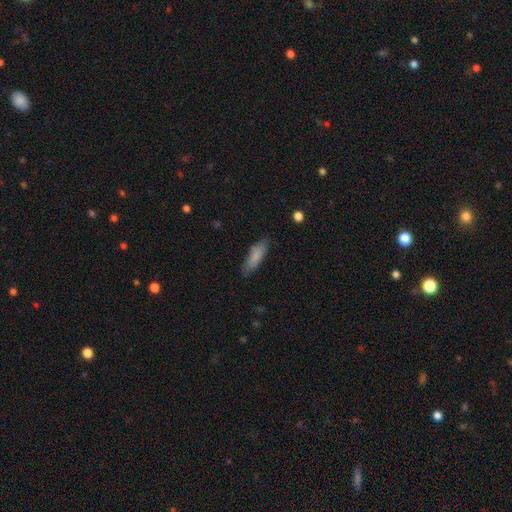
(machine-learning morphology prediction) A smooth galaxy with no disk features (82%) that is cigar-shaped (52%). Merging: none (81%).